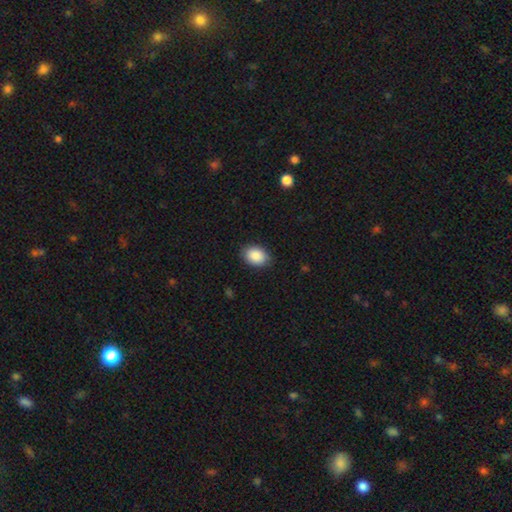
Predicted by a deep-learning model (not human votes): Morphology: type=smooth (89%); roundness=in between (80%); merging=none (86%).